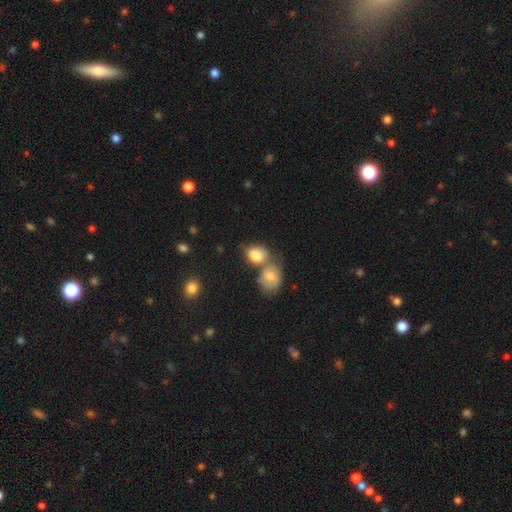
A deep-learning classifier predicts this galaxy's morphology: type=smooth (82%); roundness=in between (60%); merging=merger (48%).